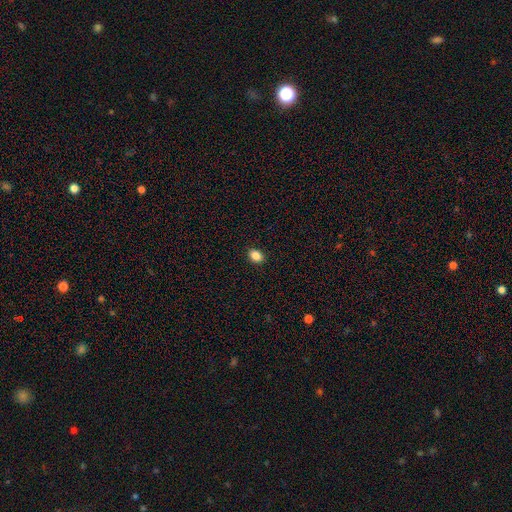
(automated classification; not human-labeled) This appears to be a smooth galaxy with no disk features (86%) that is in between round and cigar-shaped (64%). Merging: none (91%).